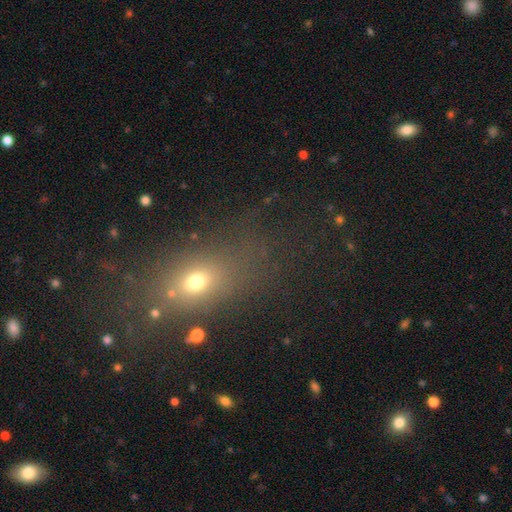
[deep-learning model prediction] Smooth or featured: smooth — 55% (star or artifact — 29%)
How rounded: in between — 61% (round — 31%)
Merging: none — 75% (minor disturbance — 13%)